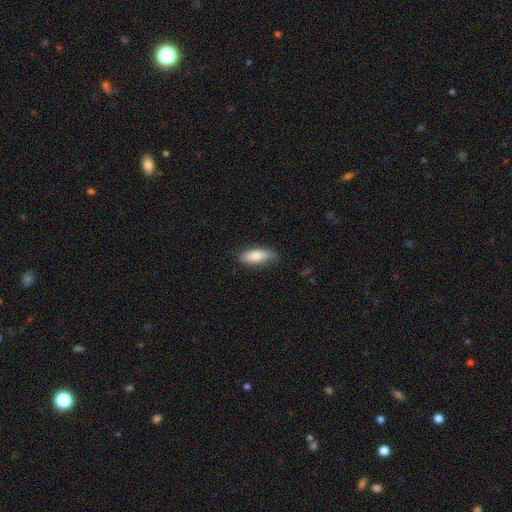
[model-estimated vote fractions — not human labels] Morphology: type=smooth (76%); roundness=in between (69%); merging=none (77%).